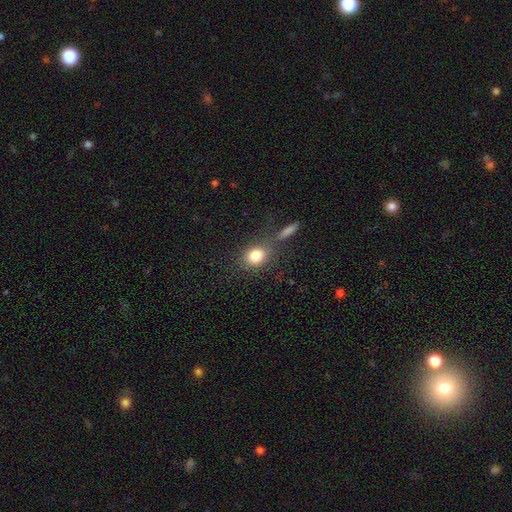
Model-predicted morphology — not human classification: smooth 81%, star or artifact 10%, featured or disk 9%. Down the decision tree: how rounded — round (50%); merging — none (69%).